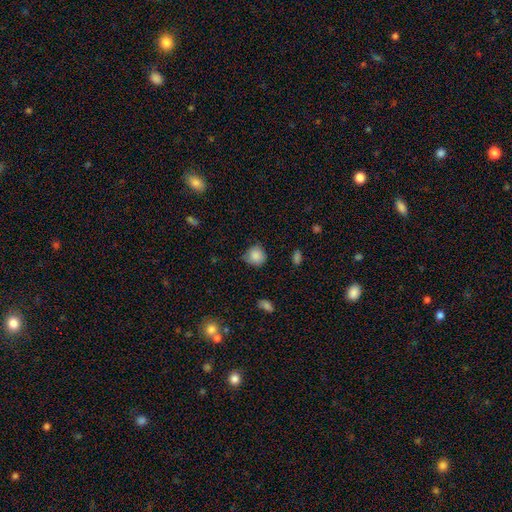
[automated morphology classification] Q: Smooth or featured?
A: smooth (86%); runner-up: star or artifact (9%)
Q: How rounded?
A: round (88%); runner-up: in between (11%)
Q: Merging?
A: none (68%); runner-up: minor disturbance (26%)